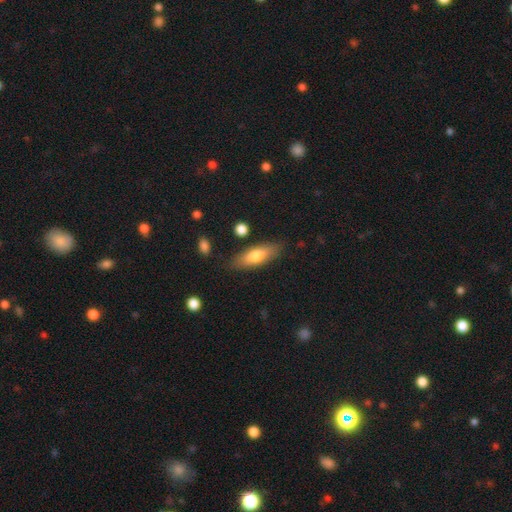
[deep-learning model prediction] smooth 71%, featured or disk 23%, star or artifact 6%. Down the decision tree: how rounded — in between (59%); merging — none (82%).